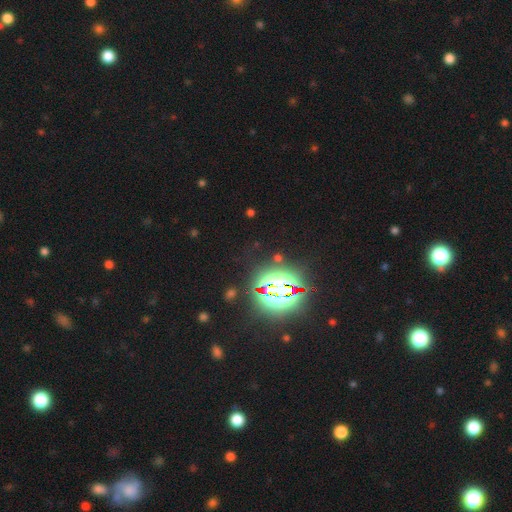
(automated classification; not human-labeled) smooth_or_featured: star or artifact (p=0.85) [alt: smooth p=0.09]